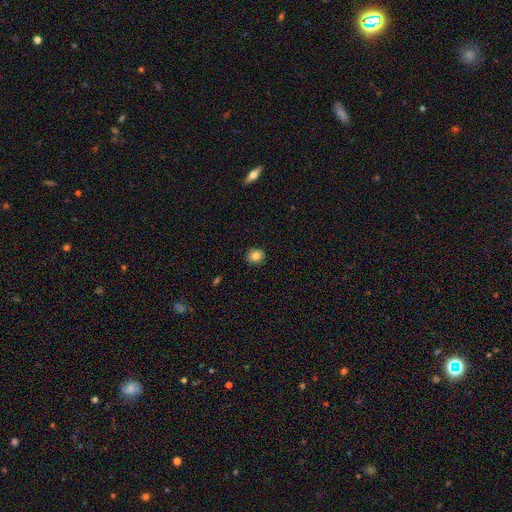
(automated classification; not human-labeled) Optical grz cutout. It shows a smooth galaxy with no disk features (83%) that is round (76%). Merging: none (88%).